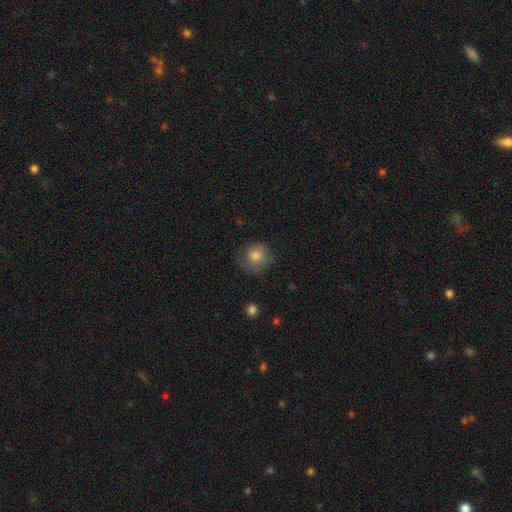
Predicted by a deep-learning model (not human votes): smooth 79%, featured or disk 12%, star or artifact 9%. Down the decision tree: how rounded — round (87%); merging — none (67%).